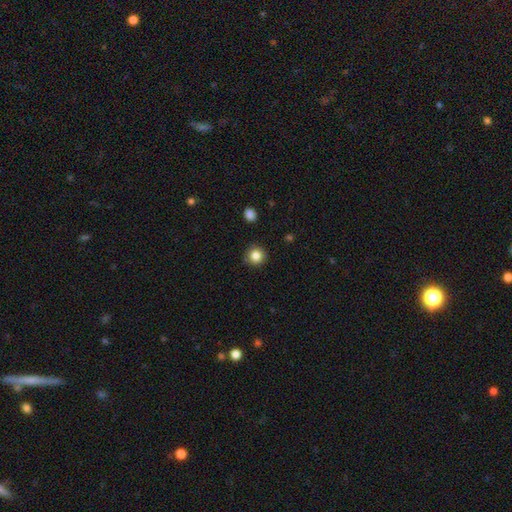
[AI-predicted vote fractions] Smooth or featured? smooth (84%)
How rounded? round (93%)
Merging? none (89%)